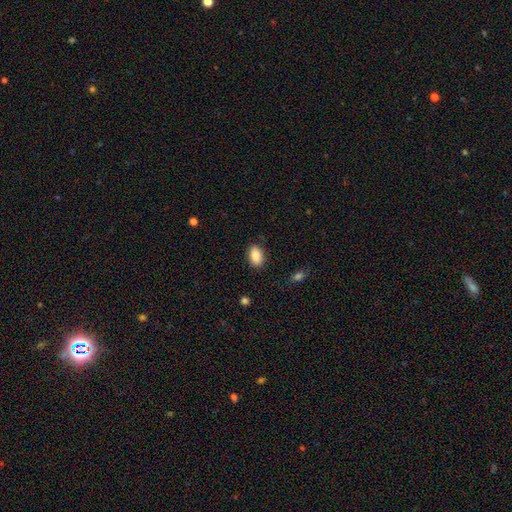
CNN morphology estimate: This is clearly a smooth galaxy (87%). How rounded: clearly in between (90%). Merging: clearly none (86%).